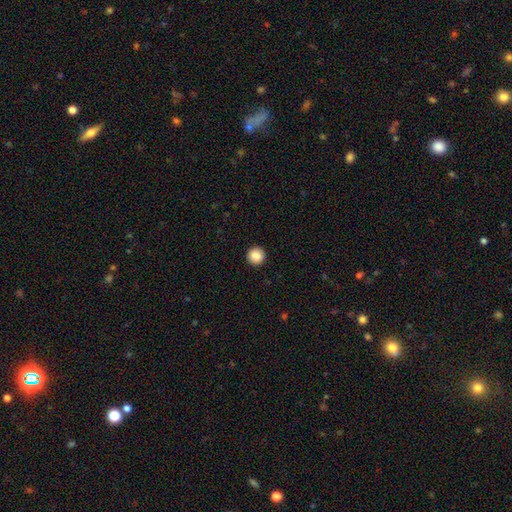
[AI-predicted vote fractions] smooth-or-featured: smooth: 87% | star or artifact: 9% | featured or disk: 4%
  how-rounded: round: 96% | in between: 3% | cigar-shaped: 1%
  merging: none: 94% | minor disturbance: 4% | major disturbance: 1% | merger: 1%